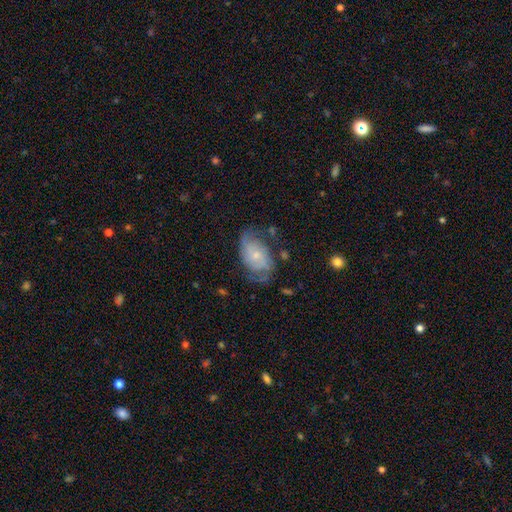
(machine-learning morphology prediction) smooth-or-featured: featured or disk: 69% | smooth: 24% | star or artifact: 7%
  disk-edge-on: no: 97% | yes: 3%
    bar: no: 75% | weak: 21% | strong: 4%
    has-spiral-arms: yes: 87% | no: 13%
      spiral-winding: medium: 41% | tight: 30% | loose: 29%
      spiral-arm-count: 2: 72% | can't tell: 16% | 1: 4% | 3: 4% | 4: 2% | more than 4: 2%
    bulge-size: small: 68% | moderate: 24% | none: 4% | large: 2% | dominant: 1%
  merging: none: 55% | minor disturbance: 26% | major disturbance: 17% | merger: 3%